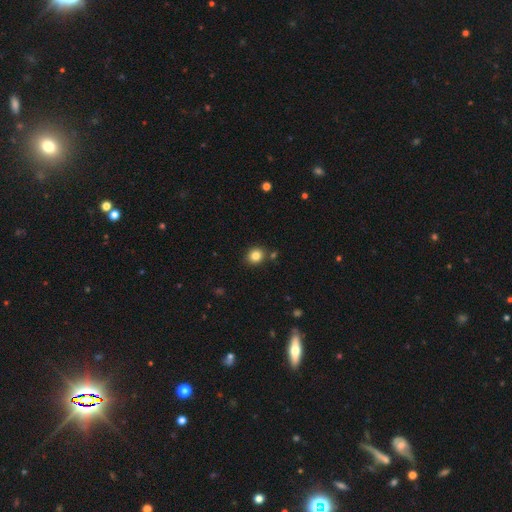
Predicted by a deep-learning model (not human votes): Q: Smooth or featured?
A: smooth (83%); runner-up: star or artifact (11%)
Q: How rounded?
A: round (76%); runner-up: in between (24%)
Q: Merging?
A: none (84%); runner-up: minor disturbance (9%)